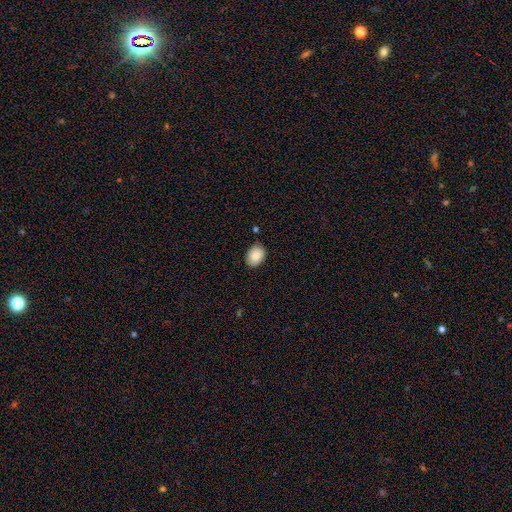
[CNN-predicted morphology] This appears to be a smooth galaxy with no disk features (86%) that is in between round and cigar-shaped (76%). Merging: none (82%).